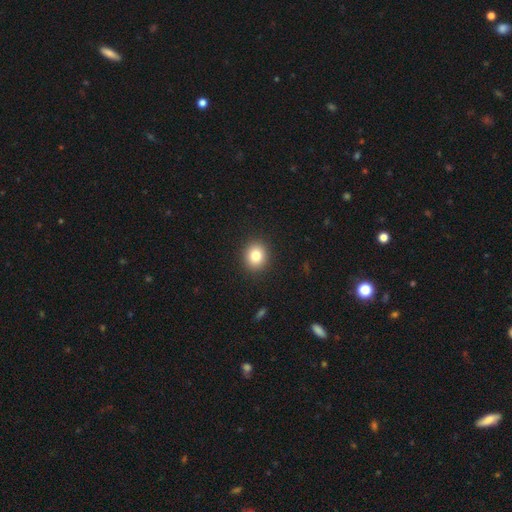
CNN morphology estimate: Q: Smooth or featured?
A: smooth (82%); runner-up: star or artifact (11%)
Q: How rounded?
A: round (75%); runner-up: in between (24%)
Q: Merging?
A: none (91%); runner-up: minor disturbance (6%)